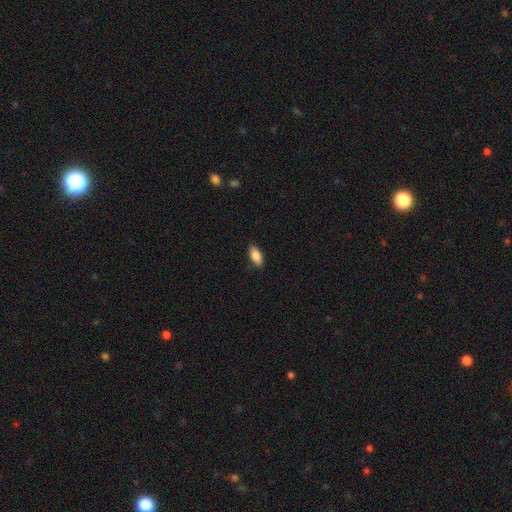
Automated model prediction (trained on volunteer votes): This appears to be a smooth galaxy with no disk features (86%) that is in between round and cigar-shaped (90%). Merging: none (87%).